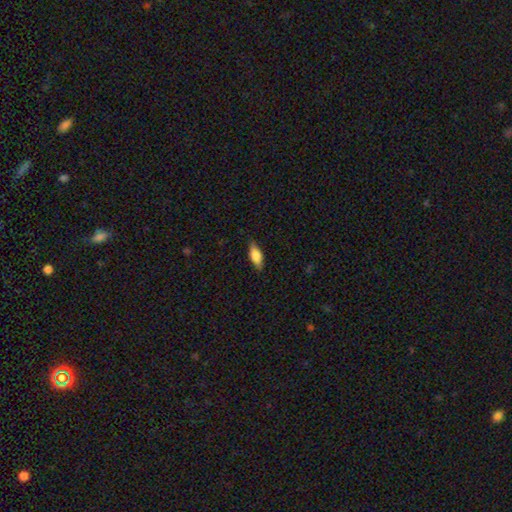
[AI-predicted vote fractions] Smooth or featured: smooth — 68% (featured or disk — 25%)
How rounded: in between — 70% (cigar-shaped — 27%)
Merging: none — 85% (minor disturbance — 12%)